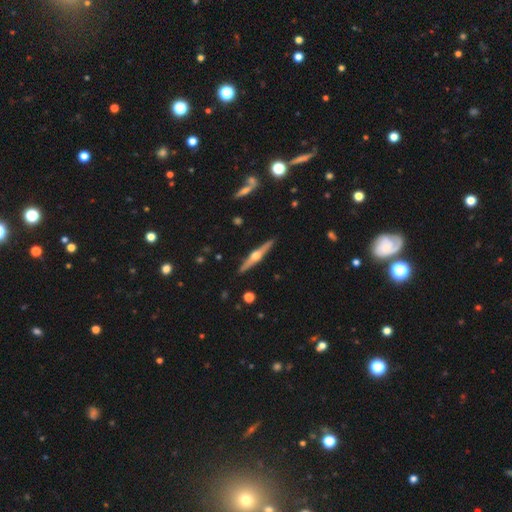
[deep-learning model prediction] Smooth or featured: featured or disk — 77% (smooth — 18%)
Edge-on disk: yes — 98% (no — 2%)
Edge-on bulge: rounded — 95% (boxy — 3%)
Merging: none — 91% (minor disturbance — 6%)